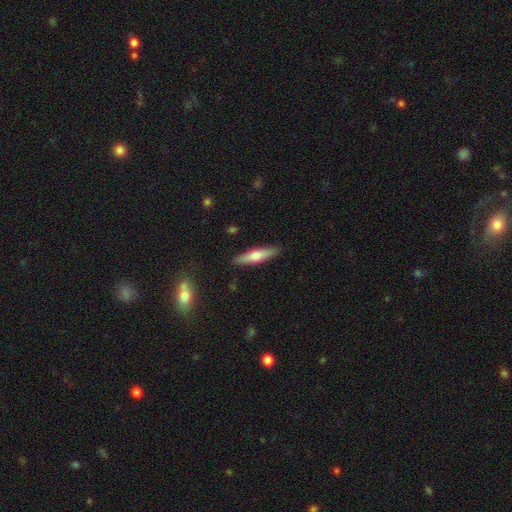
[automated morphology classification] Smooth or featured: smooth — 56% (featured or disk — 39%)
How rounded: cigar-shaped — 76% (in between — 22%)
Merging: none — 89% (minor disturbance — 8%)